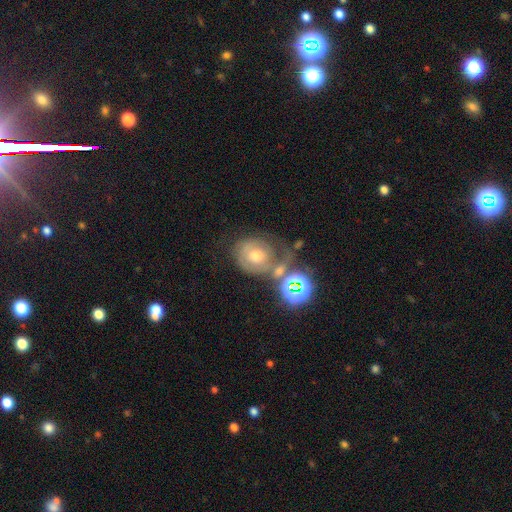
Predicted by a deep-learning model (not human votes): Smooth or featured? Predicted: featured or disk (p=0.48). Merging? Predicted: none (p=0.41).